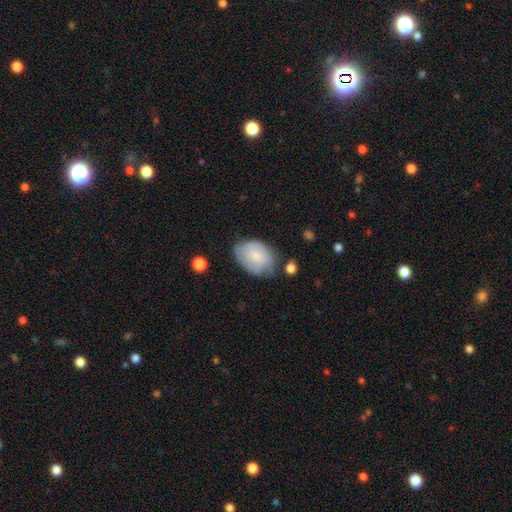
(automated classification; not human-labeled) This appears to be a smooth galaxy with no disk features (65%) that is in between round and cigar-shaped (78%). Merging: none (55%).